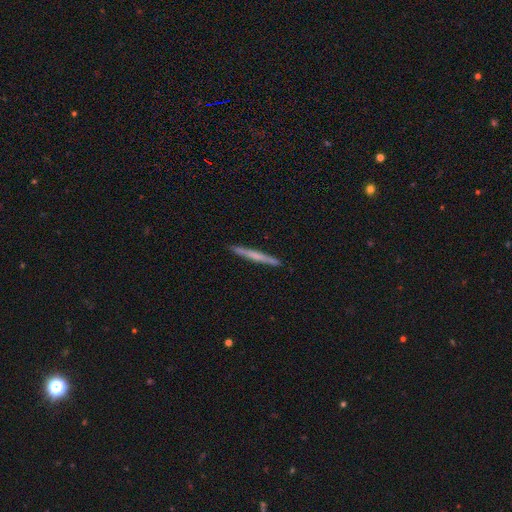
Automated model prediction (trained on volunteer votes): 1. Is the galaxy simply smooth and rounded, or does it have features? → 48% smooth, 46% featured or disk, 6% star or artifact.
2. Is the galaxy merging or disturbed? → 92% none, 6% minor disturbance, 1% major disturbance, 1% merger.